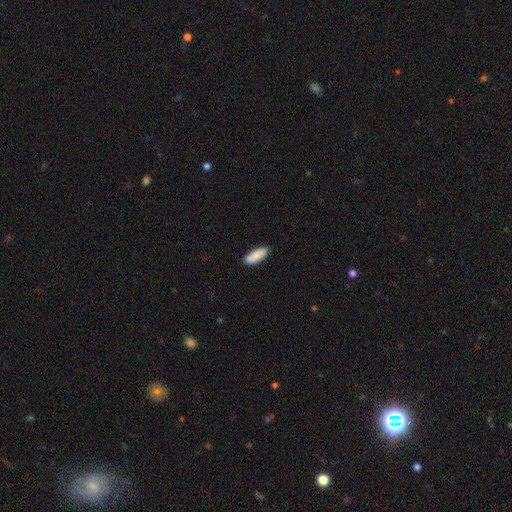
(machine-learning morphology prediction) smooth-or-featured: smooth: 87% | featured or disk: 7% | star or artifact: 6%
  how-rounded: in between: 67% | cigar-shaped: 31% | round: 2%
  merging: none: 83% | minor disturbance: 12% | merger: 3% | major disturbance: 2%